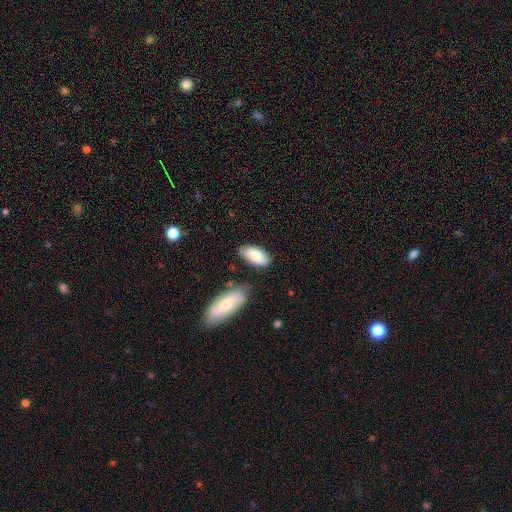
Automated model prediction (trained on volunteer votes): The model was most divided on "merging": none: 70%, minor disturbance: 19%, merger: 7%, major disturbance: 4%. More confident: how rounded — in between (92%); smooth or featured — smooth (85%).